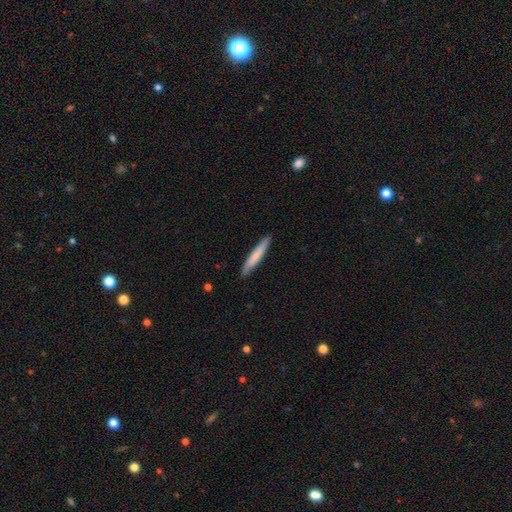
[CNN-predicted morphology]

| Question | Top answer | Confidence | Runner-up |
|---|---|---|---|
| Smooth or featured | smooth | 75% | featured or disk (20%) |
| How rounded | cigar-shaped | 94% | in between (5%) |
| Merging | none | 89% | minor disturbance (8%) |